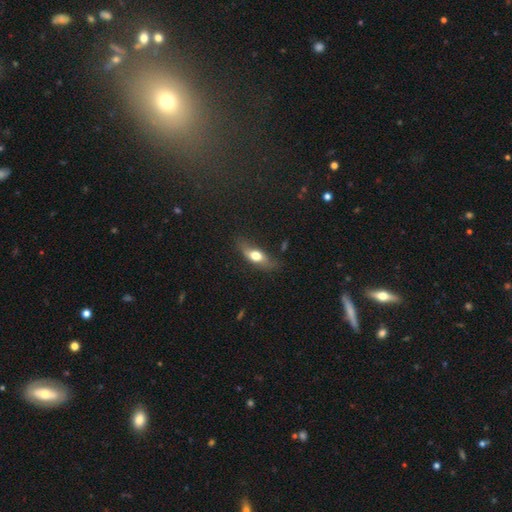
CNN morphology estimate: A smooth galaxy with no disk features (58%) that is in between round and cigar-shaped (61%).

Vote fractions:
- Smooth or featured? smooth: 58% / featured or disk: 34% / star or artifact: 8%
- How rounded? in between: 61% / cigar-shaped: 33% / round: 6%
- Merging? none: 63% / minor disturbance: 26% / major disturbance: 9% / merger: 2%